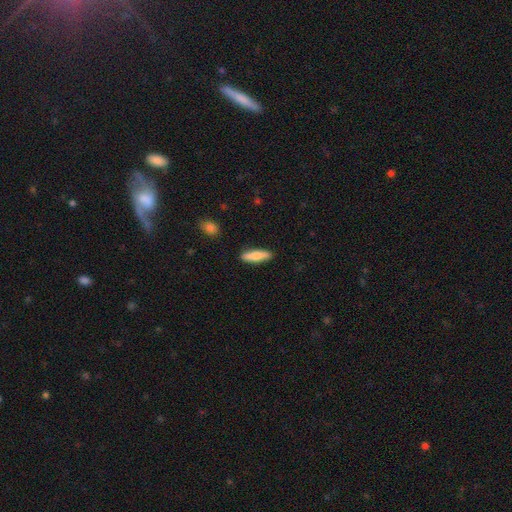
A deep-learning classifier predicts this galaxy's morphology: smooth 75%, featured or disk 19%, star or artifact 5%. Down the decision tree: how rounded — cigar-shaped (68%); merging — none (88%).